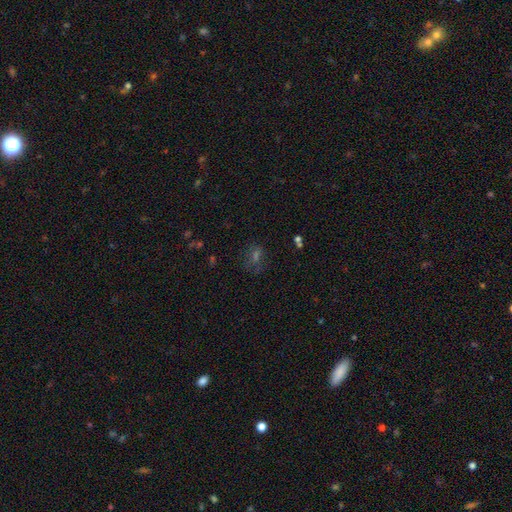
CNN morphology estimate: A smooth galaxy with no disk features (40%).

Vote fractions:
- Smooth or featured? smooth: 40% / star or artifact: 39% / featured or disk: 21%
- Merging? none: 69% / minor disturbance: 16% / major disturbance: 11% / merger: 4%